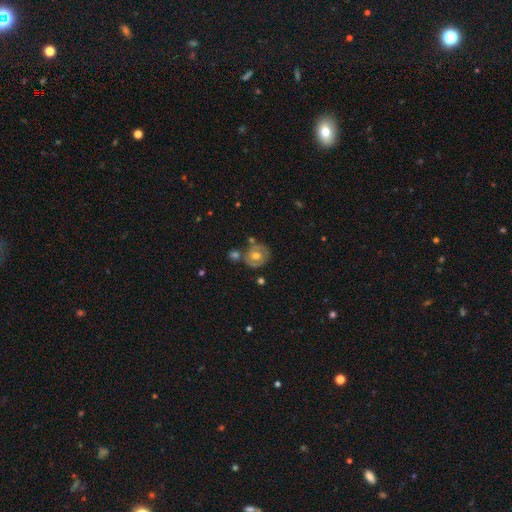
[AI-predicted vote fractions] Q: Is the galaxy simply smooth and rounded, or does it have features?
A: featured or disk — 54%.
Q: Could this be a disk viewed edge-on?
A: no — 96%.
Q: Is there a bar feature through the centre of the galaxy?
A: no — 75%.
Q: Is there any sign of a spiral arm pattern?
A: no — 60%.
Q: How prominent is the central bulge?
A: moderate — 73%.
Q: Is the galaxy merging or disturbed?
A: none — 63%.